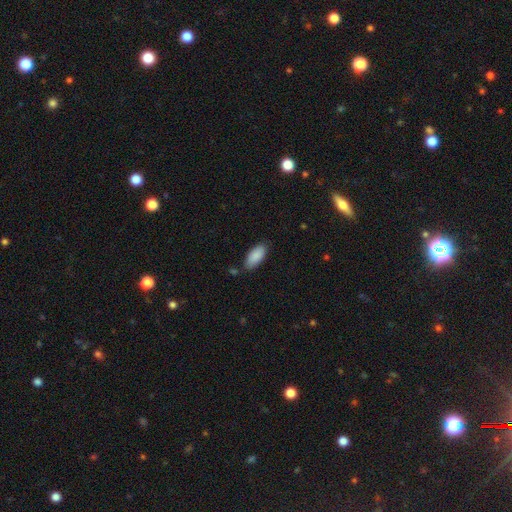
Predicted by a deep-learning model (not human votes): smooth 89%, star or artifact 6%, featured or disk 5%. Down the decision tree: how rounded — in between (90%); merging — none (75%).